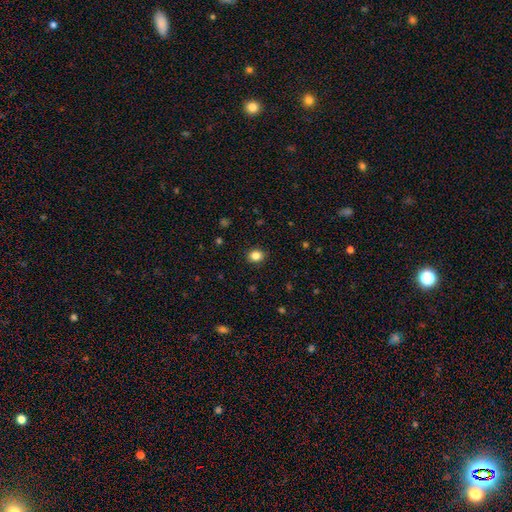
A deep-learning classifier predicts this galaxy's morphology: Smooth or featured? Predicted: smooth (p=0.84). How rounded? Predicted: round (p=0.63). Merging? Predicted: none (p=0.90).